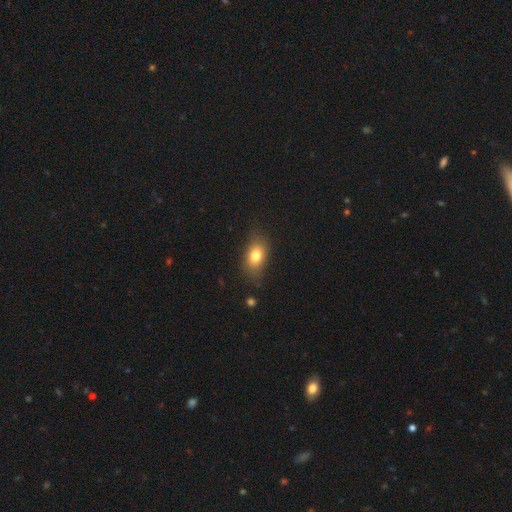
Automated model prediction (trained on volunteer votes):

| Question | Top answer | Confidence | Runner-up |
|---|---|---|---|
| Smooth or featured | smooth | 77% | featured or disk (13%) |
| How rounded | in between | 81% | round (16%) |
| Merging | none | 77% | minor disturbance (17%) |